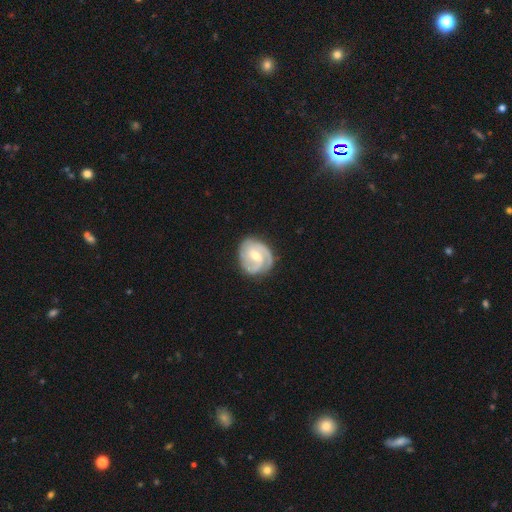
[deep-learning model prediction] Smooth or featured? featured or disk (82%)
Edge-on disk? no (98%)
Bar? weak (54%)
Spiral arms? yes (95%)
Spiral winding? tight (50%)
Spiral arm count? 2 (56%)
Bulge size? moderate (50%)
Merging? none (73%)